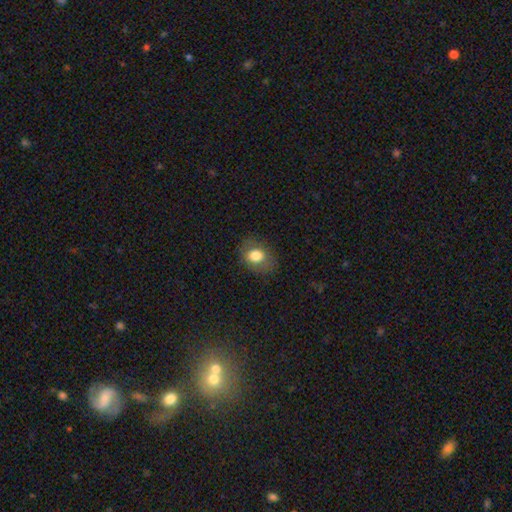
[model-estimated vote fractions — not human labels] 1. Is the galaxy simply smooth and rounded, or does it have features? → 77% smooth, 14% featured or disk, 9% star or artifact.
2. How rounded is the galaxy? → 57% in between, 42% round, 1% cigar-shaped.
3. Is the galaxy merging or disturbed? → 78% none, 15% minor disturbance, 6% major disturbance, 1% merger.